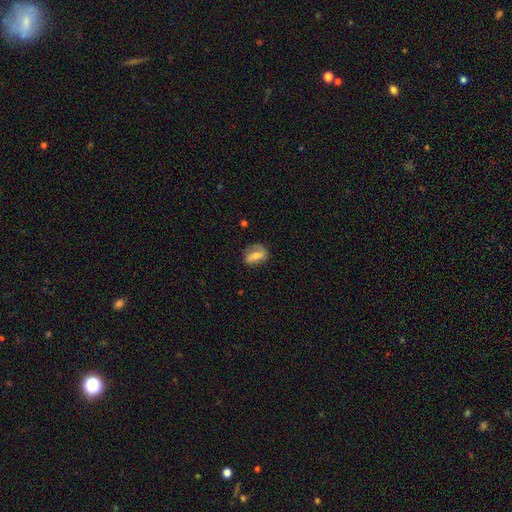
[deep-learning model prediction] Morphology: type=featured or disk (52%); edge-on=no (94%); merging=none (64%).